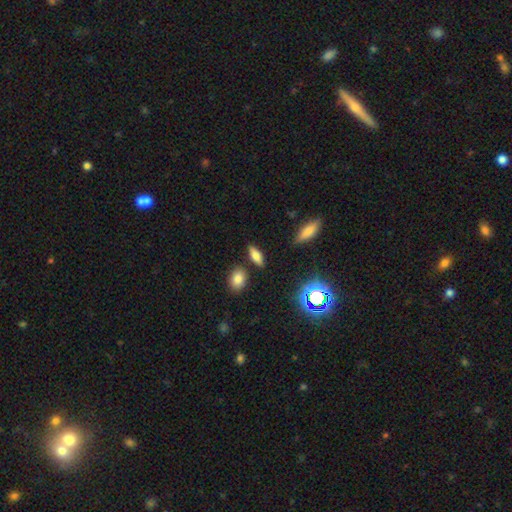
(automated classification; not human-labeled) smooth-or-featured: smooth: 68% | featured or disk: 19% | star or artifact: 13%
  how-rounded: in between: 64% | cigar-shaped: 29% | round: 7%
  merging: none: 83% | minor disturbance: 10% | merger: 4% | major disturbance: 3%